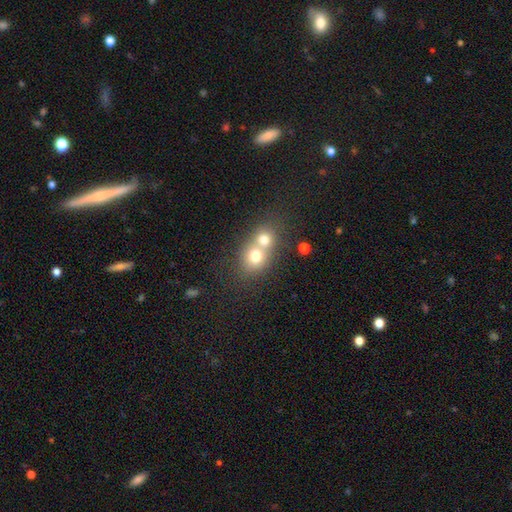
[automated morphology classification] Smooth or featured?
  - smooth: 71% *
  - featured or disk: 17%
  - star or artifact: 12%
How rounded?
  - round: 70% *
  - in between: 29%
  - cigar-shaped: 1%
Merging?
  - merger: 68% *
  - none: 25%
  - minor disturbance: 5%
  - major disturbance: 2%